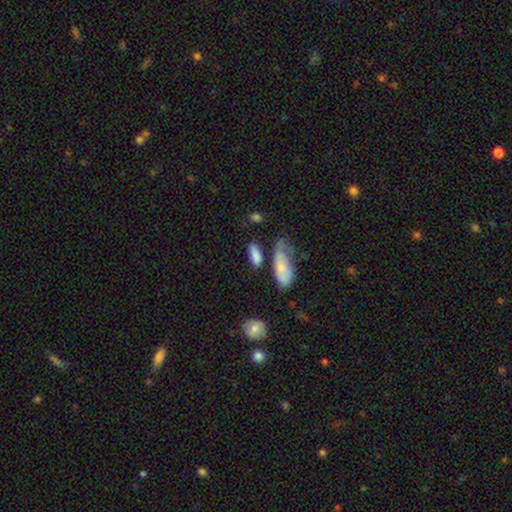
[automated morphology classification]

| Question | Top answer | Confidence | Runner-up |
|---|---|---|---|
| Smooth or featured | smooth | 80% | featured or disk (12%) |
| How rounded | in between | 70% | cigar-shaped (26%) |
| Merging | none | 59% | minor disturbance (22%) |